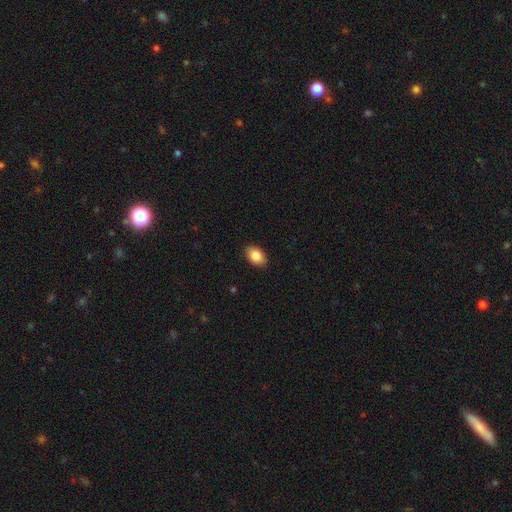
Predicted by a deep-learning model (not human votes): A smooth galaxy with no disk features (86%) that is in between round and cigar-shaped (87%). Merging: none (90%).